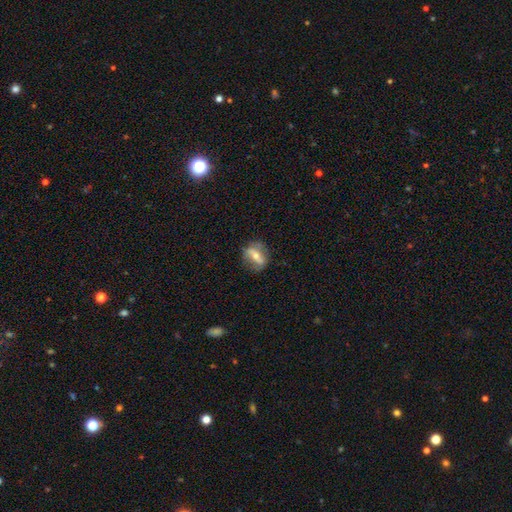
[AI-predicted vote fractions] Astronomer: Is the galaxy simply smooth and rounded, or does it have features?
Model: featured or disk — 55% (runner-up: smooth, 37%).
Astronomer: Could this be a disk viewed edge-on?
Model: no — 71%.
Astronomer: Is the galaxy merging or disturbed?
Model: none — 76%.